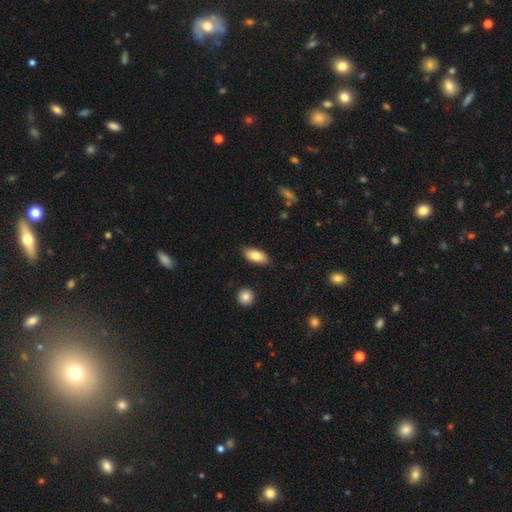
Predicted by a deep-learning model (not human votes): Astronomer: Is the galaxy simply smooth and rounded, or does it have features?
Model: smooth — 82%.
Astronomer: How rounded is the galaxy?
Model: in between — 89%.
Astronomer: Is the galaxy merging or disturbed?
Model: none — 86%.